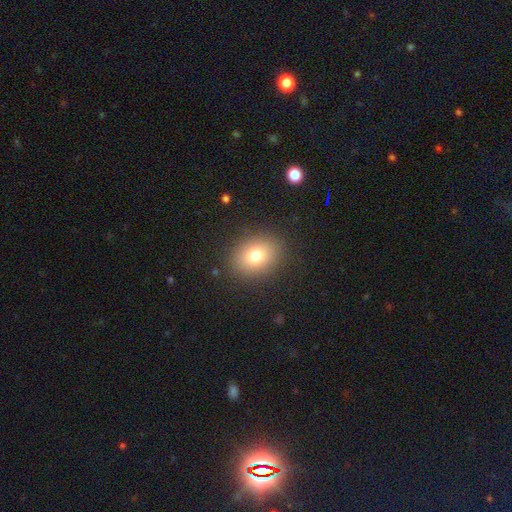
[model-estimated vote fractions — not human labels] A smooth galaxy with no disk features (77%) that is in between round and cigar-shaped (50%).

Vote fractions:
- Smooth or featured? smooth: 77% / star or artifact: 12% / featured or disk: 11%
- How rounded? in between: 50% / round: 49% / cigar-shaped: 1%
- Merging? none: 88% / minor disturbance: 8% / major disturbance: 3% / merger: 1%